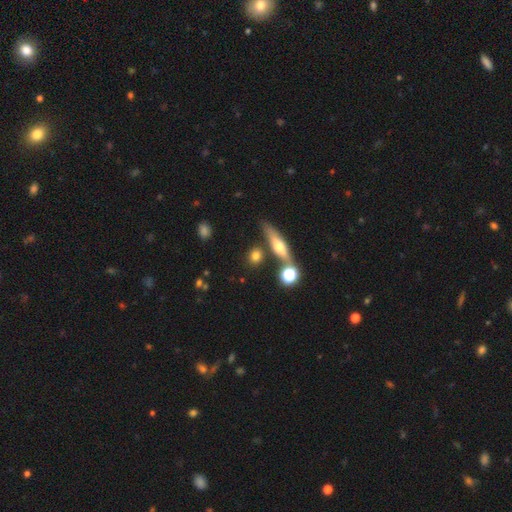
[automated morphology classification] A smooth galaxy with no disk features (68%) that is round (54%).

Vote fractions:
- Smooth or featured? smooth: 68% / featured or disk: 21% / star or artifact: 12%
- How rounded? round: 54% / in between: 28% / cigar-shaped: 18%
- Merging? none: 72% / merger: 14% / minor disturbance: 11% / major disturbance: 4%